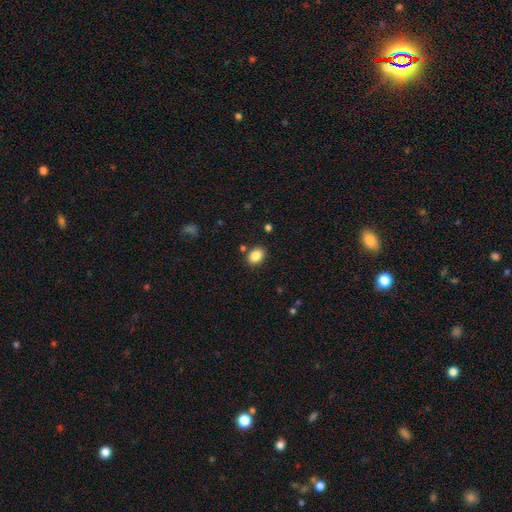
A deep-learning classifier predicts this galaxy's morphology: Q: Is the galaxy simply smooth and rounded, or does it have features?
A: smooth — 86%.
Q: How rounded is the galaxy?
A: in between — 70%.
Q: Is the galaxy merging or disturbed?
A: none — 85%.